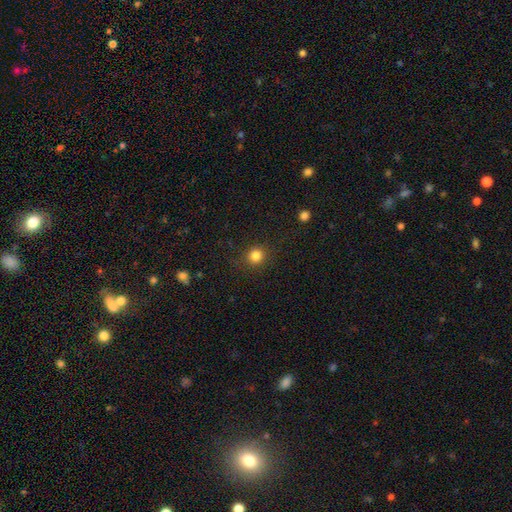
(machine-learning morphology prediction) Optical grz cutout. It shows a smooth galaxy with no disk features (83%) that is round (89%). Merging: none (87%).